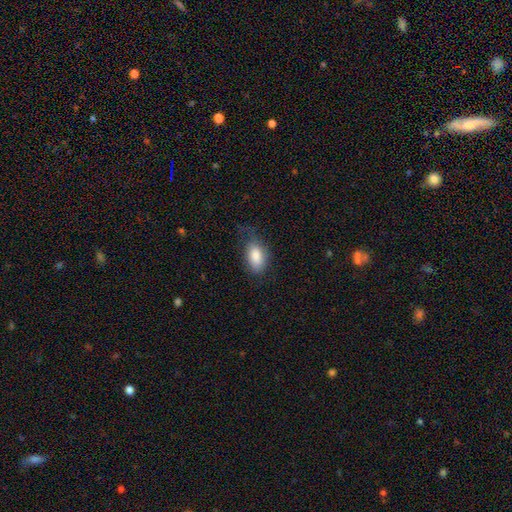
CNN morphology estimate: Smooth or featured?
  - smooth: 84% *
  - featured or disk: 9%
  - star or artifact: 7%
How rounded?
  - in between: 92% *
  - round: 6%
  - cigar-shaped: 2%
Merging?
  - none: 55% *
  - minor disturbance: 29%
  - major disturbance: 14%
  - merger: 2%